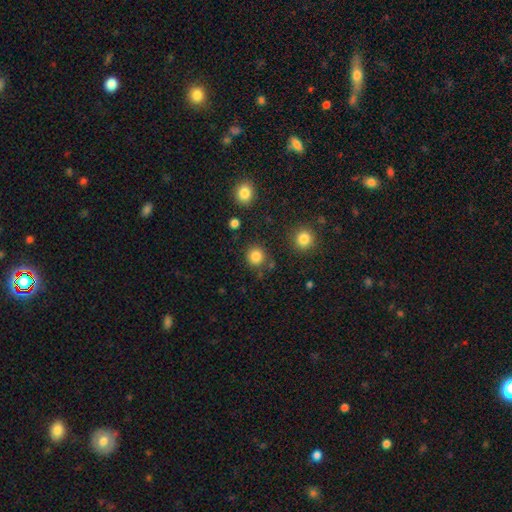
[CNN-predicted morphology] A smooth galaxy with no disk features (84%) that is round (92%).

Vote fractions:
- Smooth or featured? smooth: 84% / star or artifact: 11% / featured or disk: 4%
- How rounded? round: 92% / in between: 7% / cigar-shaped: 1%
- Merging? none: 85% / minor disturbance: 8% / merger: 4% / major disturbance: 3%